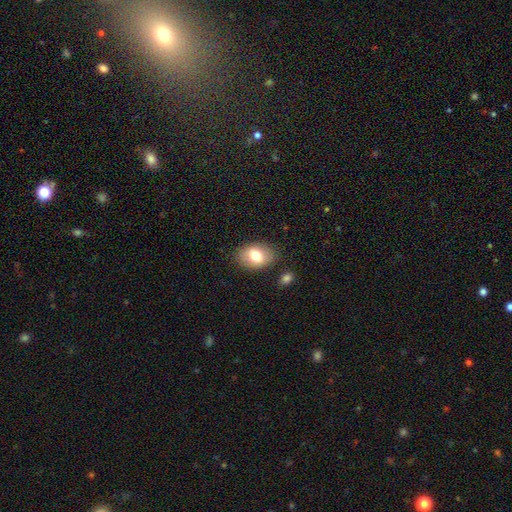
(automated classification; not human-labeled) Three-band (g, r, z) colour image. It shows a smooth galaxy with no disk features (73%) that is in between round and cigar-shaped (77%). Merging: none (82%).